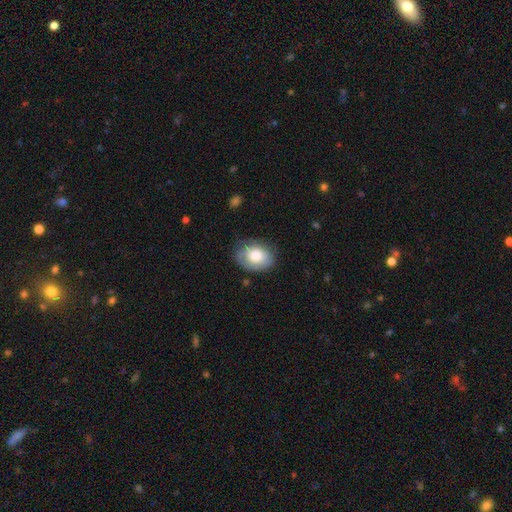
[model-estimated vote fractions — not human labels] smooth-or-featured: smooth: 65% | featured or disk: 28% | star or artifact: 7%
  how-rounded: in between: 66% | round: 33% | cigar-shaped: 1%
  merging: none: 70% | minor disturbance: 23% | major disturbance: 6% | merger: 1%